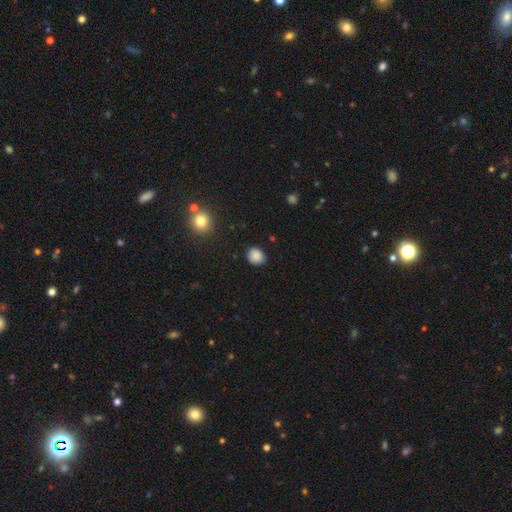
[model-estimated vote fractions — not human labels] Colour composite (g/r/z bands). It shows a smooth galaxy with no disk features (87%) that is round (74%). Merging: none (86%).